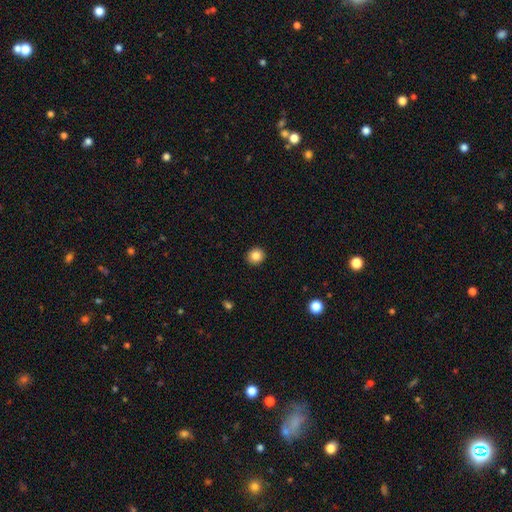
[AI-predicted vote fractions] Overall: smooth (85%). How rounded: round (89%). Merging: none (93%).